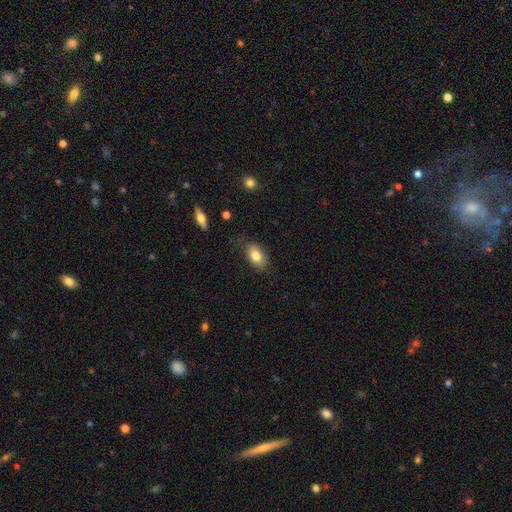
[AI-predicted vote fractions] This is likely a smooth galaxy (80%). How rounded: clearly in between (89%). Merging: likely none (75%).